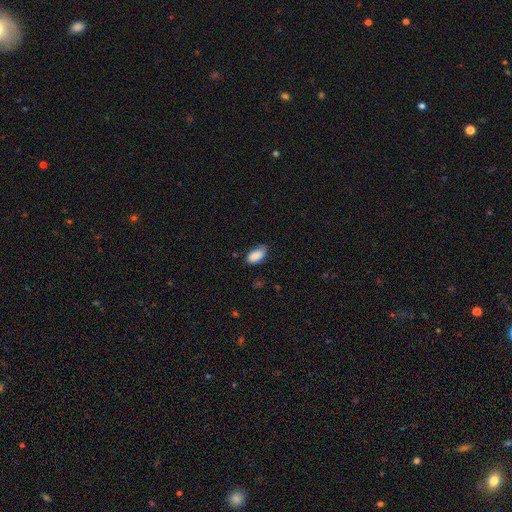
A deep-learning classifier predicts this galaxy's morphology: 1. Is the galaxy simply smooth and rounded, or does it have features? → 87% smooth, 7% star or artifact, 6% featured or disk.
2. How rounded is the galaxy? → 94% in between, 3% round, 3% cigar-shaped.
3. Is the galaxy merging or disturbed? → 63% none, 30% minor disturbance, 6% major disturbance, 2% merger.